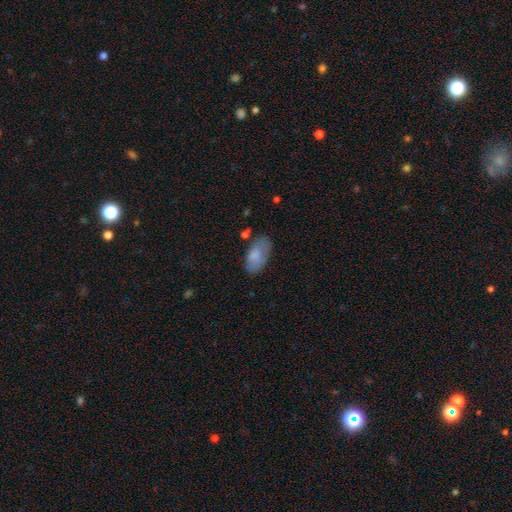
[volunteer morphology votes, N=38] This is clearly a smooth galaxy (87%). How rounded: clearly in between (100%). Merging: likely none (65%).